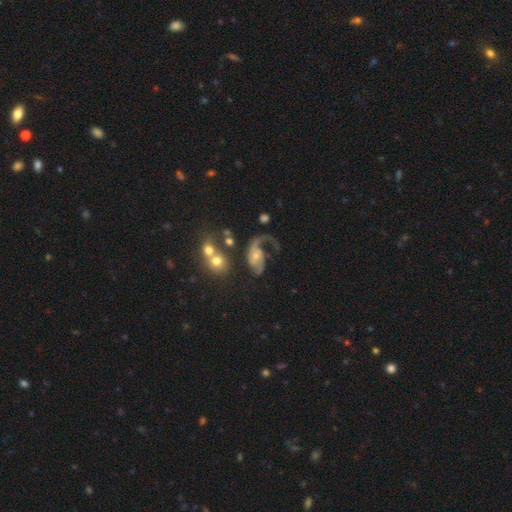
This is clearly a featured or disk galaxy (92%). It is clearly not viewed edge-on (100%). Bar: possibly weak (55%). Spiral arm pattern: clearly yes (88%). Spiral arm count: possibly 2 (52%). Spiral winding: likely loose (66%). Central bulge: likely small (64%). Merging: possibly major disturbance (58%).